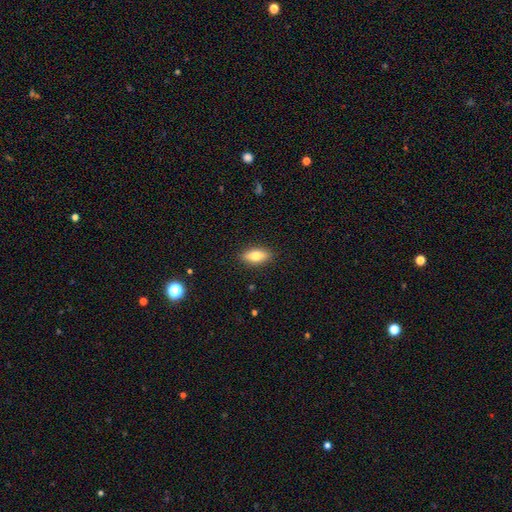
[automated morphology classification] Smooth or featured? Predicted: smooth (p=0.73). How rounded? Predicted: in between (p=0.78). Merging? Predicted: none (p=0.88).